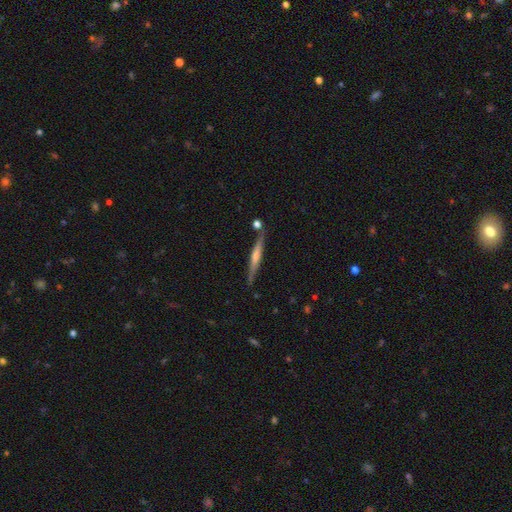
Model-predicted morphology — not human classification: This is likely a featured or disk galaxy (70%). It is clearly viewed edge-on (97%). Edge-on bulge: likely rounded (65%). Merging: clearly none (85%).